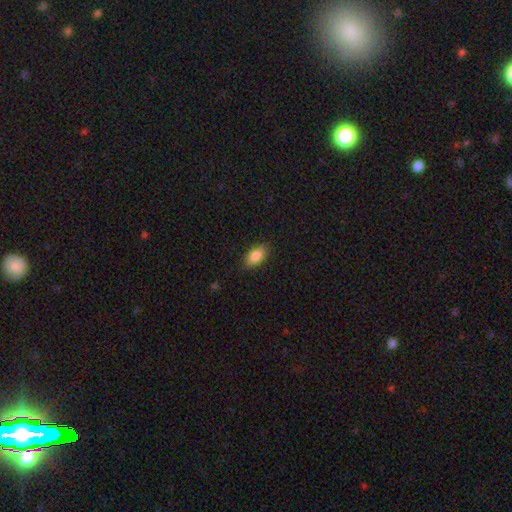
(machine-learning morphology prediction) A smooth galaxy with no disk features (83%) that is in between round and cigar-shaped (89%). Merging: none (82%).